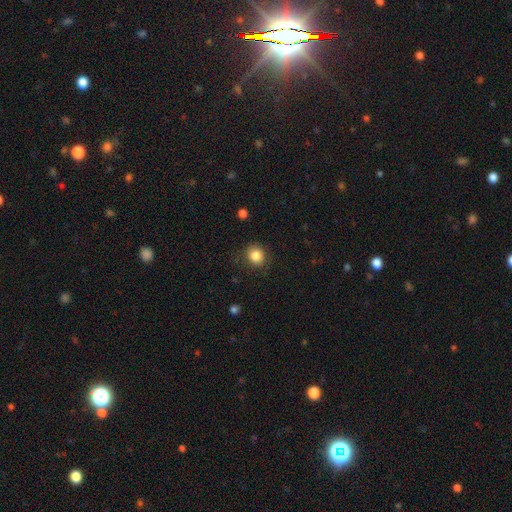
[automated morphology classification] smooth 84%, star or artifact 10%, featured or disk 6%. Down the decision tree: how rounded — round (80%); merging — none (82%).